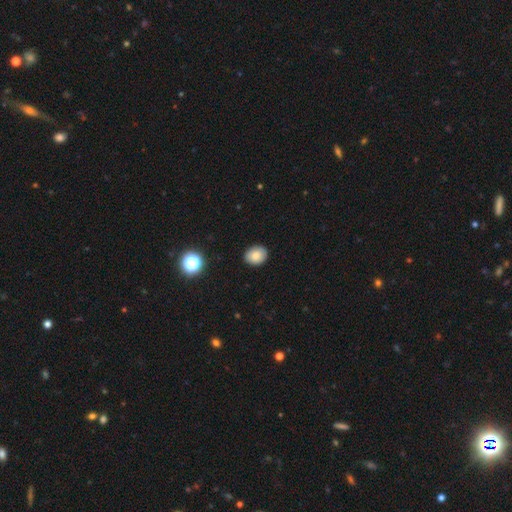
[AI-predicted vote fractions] Smooth or featured: smooth — 83% (star or artifact — 10%)
How rounded: in between — 52% (round — 47%)
Merging: none — 88% (minor disturbance — 9%)